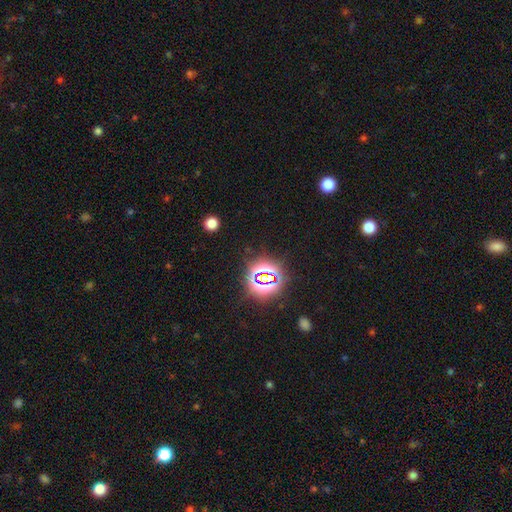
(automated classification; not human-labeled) Smooth or featured? Predicted: star or artifact (p=0.79).